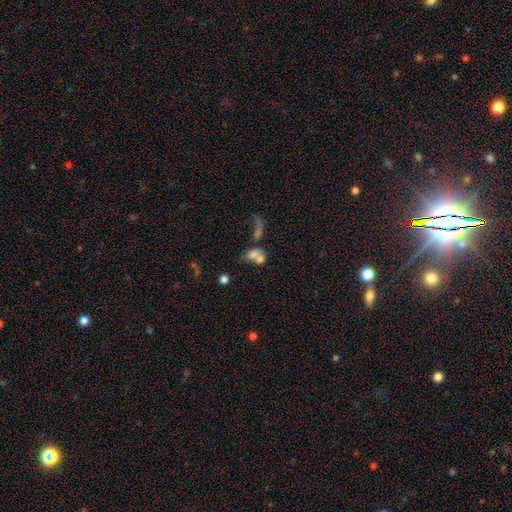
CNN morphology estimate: A smooth galaxy with no disk features (61%) that is in between round and cigar-shaped (67%).

Vote fractions:
- Smooth or featured? smooth: 61% / featured or disk: 25% / star or artifact: 14%
- How rounded? in between: 67% / round: 30% / cigar-shaped: 4%
- Merging? merger: 61% / major disturbance: 16% / none: 15% / minor disturbance: 8%